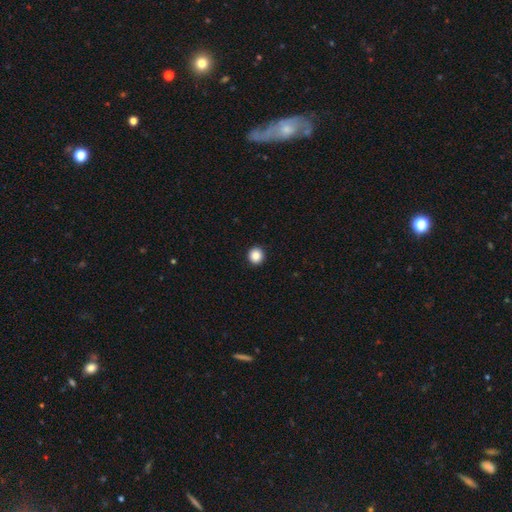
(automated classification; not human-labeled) This appears to be a smooth galaxy with no disk features (87%) that is round (93%). Merging: none (94%).